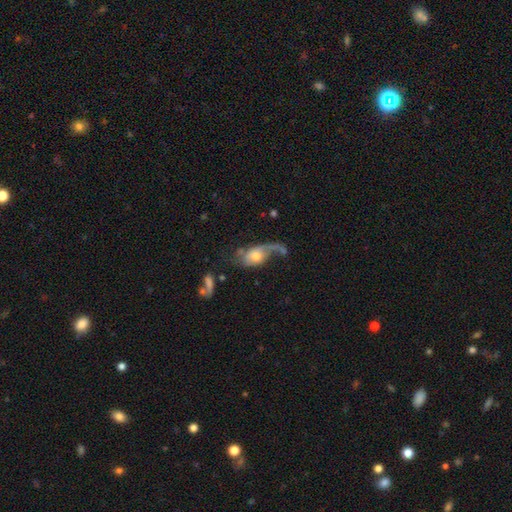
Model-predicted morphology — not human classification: Smooth or featured?
  - featured or disk: 57% *
  - smooth: 36%
  - star or artifact: 7%
Edge-on disk?
  - no: 92% *
  - yes: 8%
Bar?
  - no: 74% *
  - weak: 21%
  - strong: 4%
Spiral arms?
  - yes: 72% *
  - no: 28%
Bulge size?
  - moderate: 59% *
  - small: 21%
  - large: 14%
  - none: 3%
  - dominant: 2%
Merging?
  - major disturbance: 47% *
  - none: 25%
  - minor disturbance: 18%
  - merger: 11%